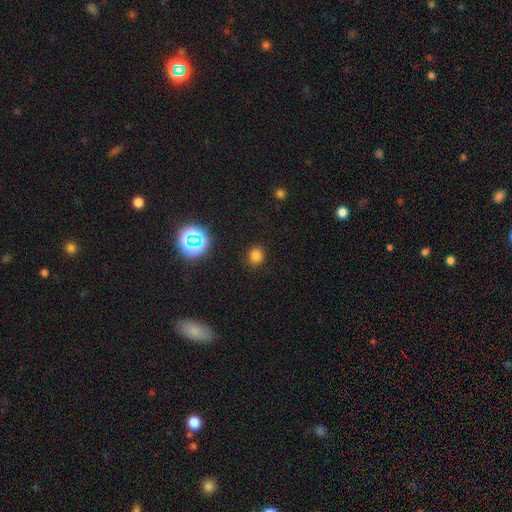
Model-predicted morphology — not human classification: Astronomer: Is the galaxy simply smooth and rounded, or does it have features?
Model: smooth — 76%.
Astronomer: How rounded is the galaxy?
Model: round — 78%.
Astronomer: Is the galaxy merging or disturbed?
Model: none — 88%.